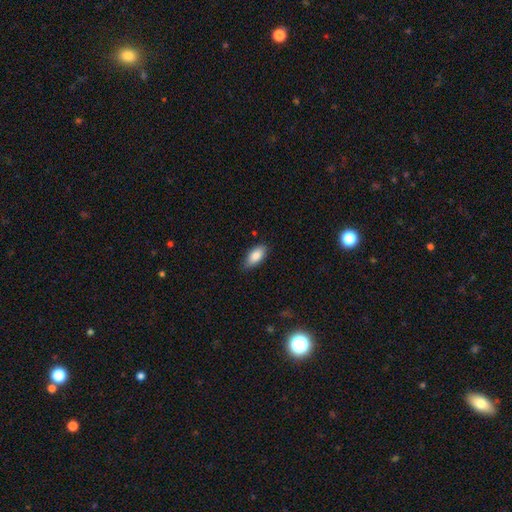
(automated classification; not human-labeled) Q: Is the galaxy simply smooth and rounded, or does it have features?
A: smooth — 86%.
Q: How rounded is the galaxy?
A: in between — 89%.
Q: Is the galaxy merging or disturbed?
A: none — 82%.